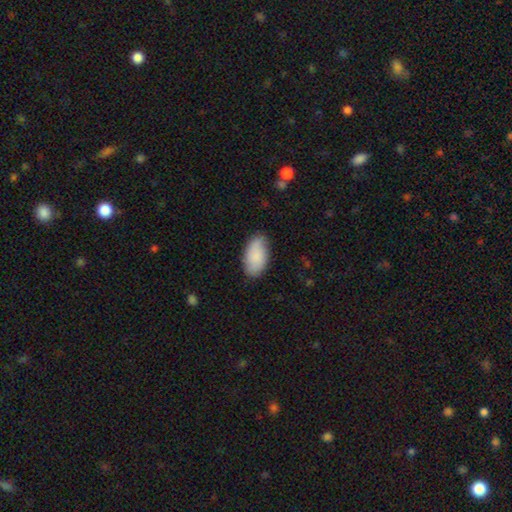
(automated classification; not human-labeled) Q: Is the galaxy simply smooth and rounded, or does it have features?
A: smooth — 81%.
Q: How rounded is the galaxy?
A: in between — 95%.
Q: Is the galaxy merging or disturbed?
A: none — 79%.